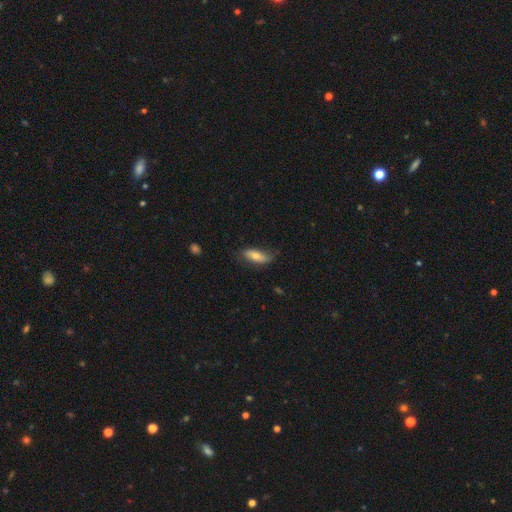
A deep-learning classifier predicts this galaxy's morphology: Overall: smooth (70%). How rounded: in between (74%). Merging: none (62%; minor disturbance 29%).